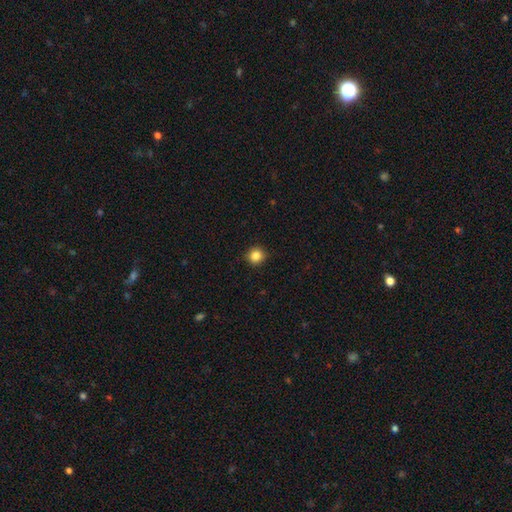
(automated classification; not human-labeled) Smooth or featured? Predicted: smooth (p=0.85). How rounded? Predicted: round (p=0.91). Merging? Predicted: none (p=0.91).